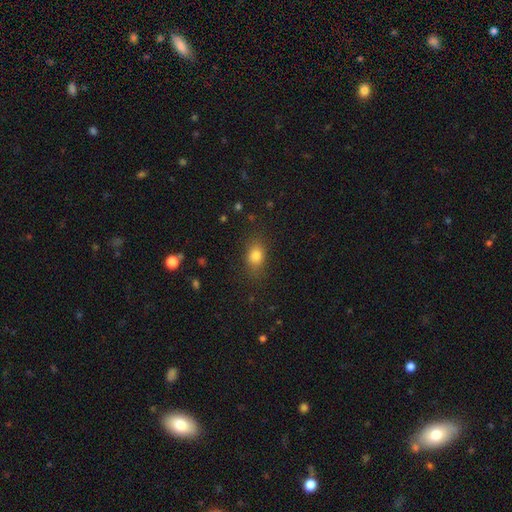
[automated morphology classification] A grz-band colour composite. It shows a smooth galaxy with no disk features (81%) that is in between round and cigar-shaped (73%). Merging: none (80%).